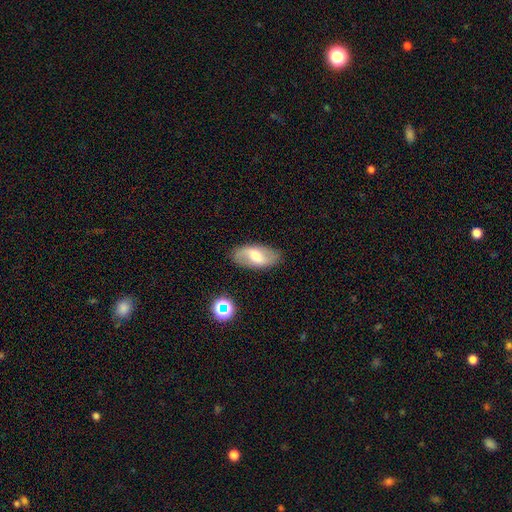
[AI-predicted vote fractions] featured or disk 51%, smooth 40%, star or artifact 8%. Down the decision tree: edge-on disk — no (91%); merging — none (83%).